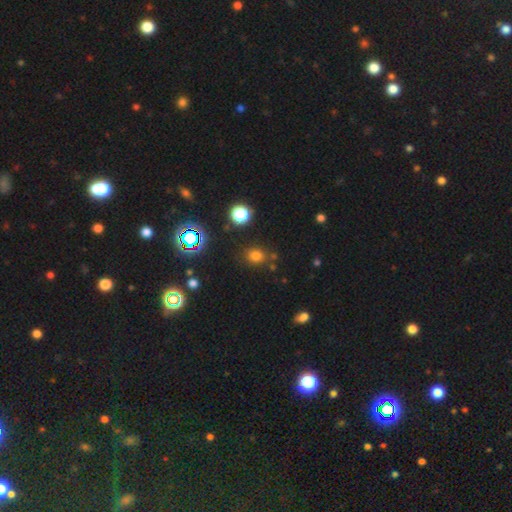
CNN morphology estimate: smooth 70%, star or artifact 24%, featured or disk 6%. Down the decision tree: how rounded — round (67%); merging — none (81%).